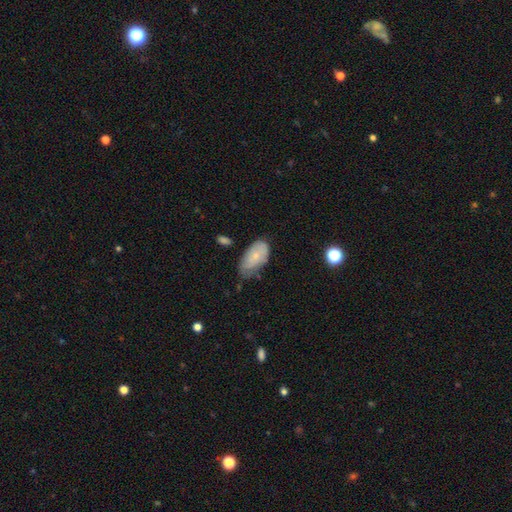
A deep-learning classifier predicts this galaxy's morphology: Q: Smooth or featured?
A: smooth (63%); runner-up: featured or disk (29%)
Q: How rounded?
A: in between (92%); runner-up: round (5%)
Q: Merging?
A: none (44%); runner-up: minor disturbance (42%)